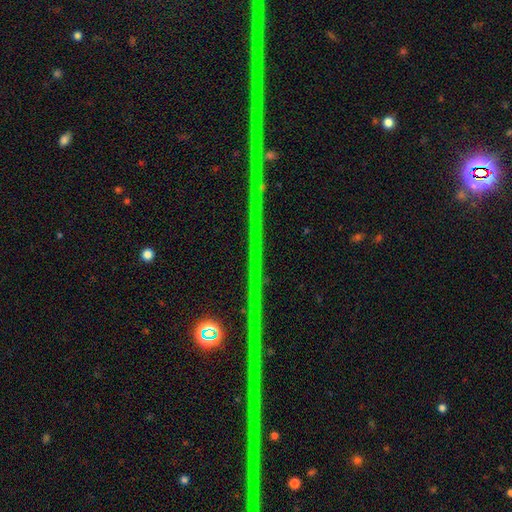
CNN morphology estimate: smooth_or_featured: star or artifact (p=0.80) [alt: featured or disk p=0.14]